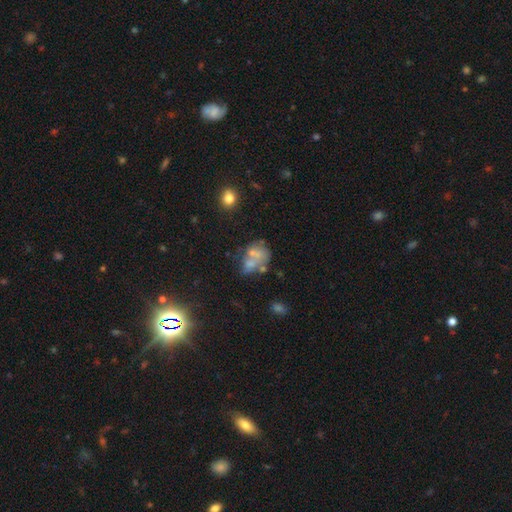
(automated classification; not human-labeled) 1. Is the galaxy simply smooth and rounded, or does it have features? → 48% smooth, 39% featured or disk, 13% star or artifact.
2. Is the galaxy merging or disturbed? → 46% merger, 25% none, 15% major disturbance, 14% minor disturbance.